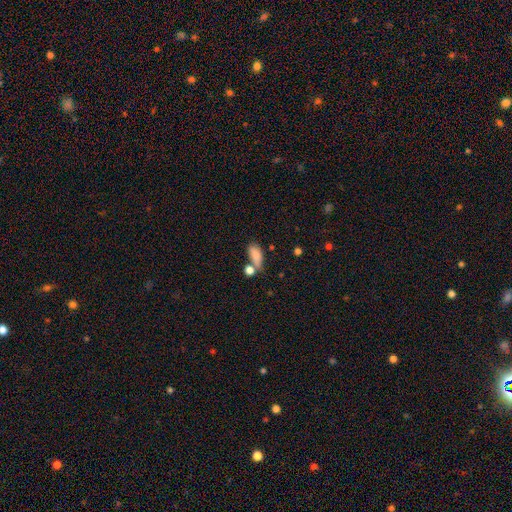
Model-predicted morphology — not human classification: Smooth or featured? Predicted: smooth (p=0.82). How rounded? Predicted: in between (p=0.83). Merging? Predicted: none (p=0.44).